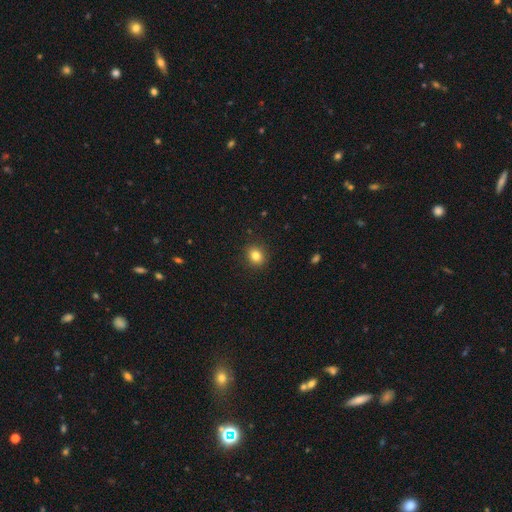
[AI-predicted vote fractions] smooth_or_featured: smooth (p=0.83) [alt: star or artifact p=0.11]
how_rounded: round (p=0.70) [alt: in between p=0.29]
merging: none (p=0.90) [alt: minor disturbance p=0.07]